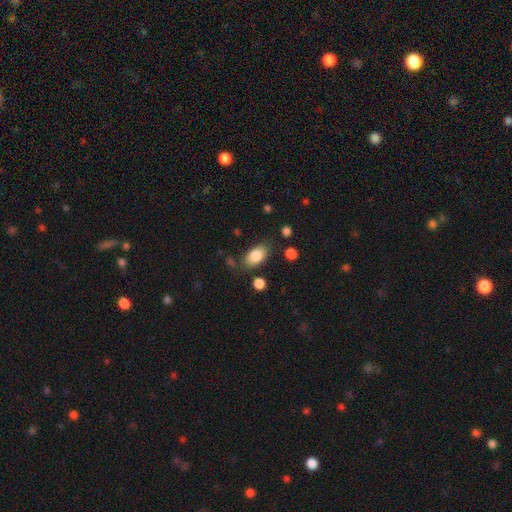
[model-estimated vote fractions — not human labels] The model was most divided on "merging": none: 78%, minor disturbance: 14%, major disturbance: 4%, merger: 4%. More confident: how rounded — in between (91%); smooth or featured — smooth (85%).